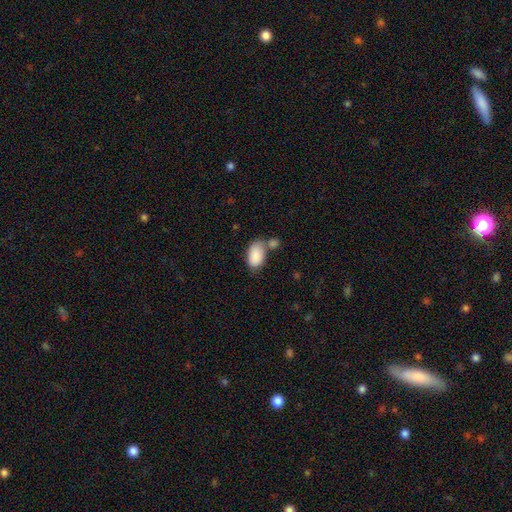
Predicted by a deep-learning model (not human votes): Smooth or featured? Predicted: smooth (p=0.87). How rounded? Predicted: in between (p=0.93). Merging? Predicted: none (p=0.49).